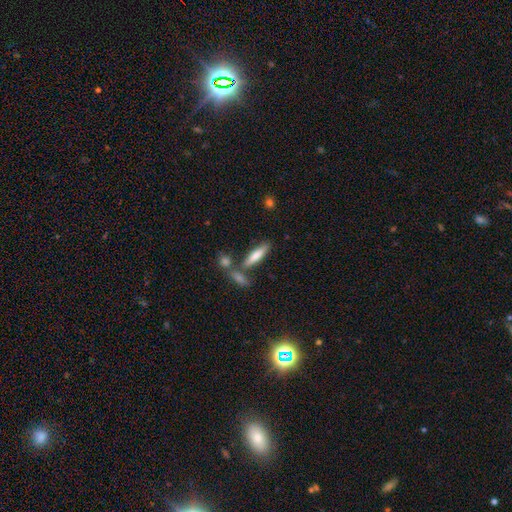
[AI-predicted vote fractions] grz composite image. It shows a smooth galaxy with no disk features (71%) that is cigar-shaped (73%). Merging: none (64%).